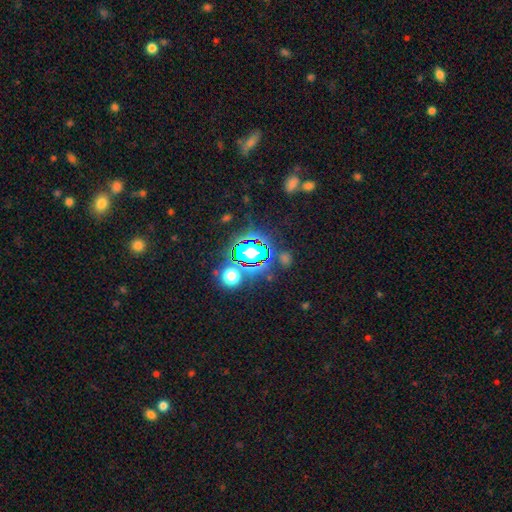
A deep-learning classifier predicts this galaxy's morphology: smooth-or-featured: star or artifact: 80% | smooth: 12% | featured or disk: 8%